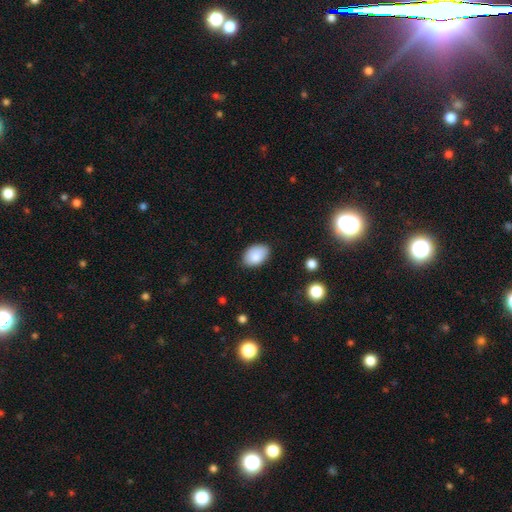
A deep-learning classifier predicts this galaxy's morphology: Smooth or featured: smooth — 86% (star or artifact — 7%)
How rounded: in between — 89% (round — 10%)
Merging: none — 79% (minor disturbance — 16%)